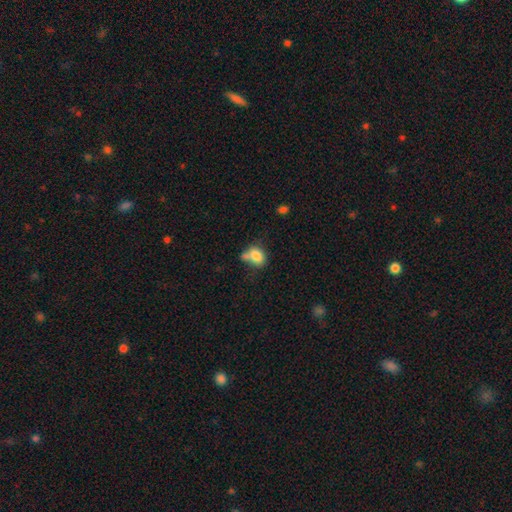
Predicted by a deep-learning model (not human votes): The model was most divided on "merging": none: 42%, merger: 28%, minor disturbance: 22%, major disturbance: 9%. More confident: smooth or featured — smooth (80%); how rounded — in between (65%).